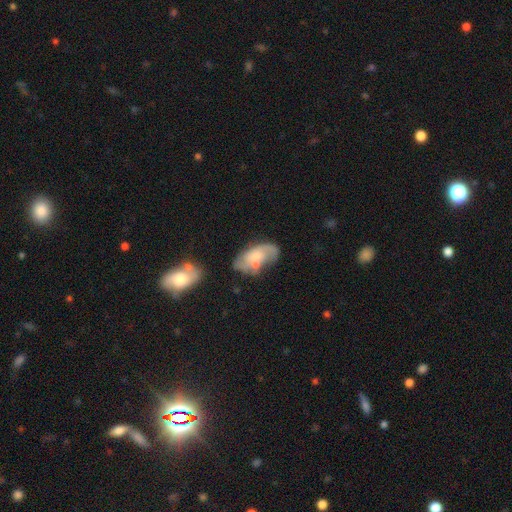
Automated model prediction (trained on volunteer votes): This is possibly a featured or disk galaxy (59%). It is clearly not viewed edge-on (95%). Bar: likely no (68%). Spiral arm pattern: likely yes (78%). Central bulge: possibly small (47%). Merging: marginally none (44%).